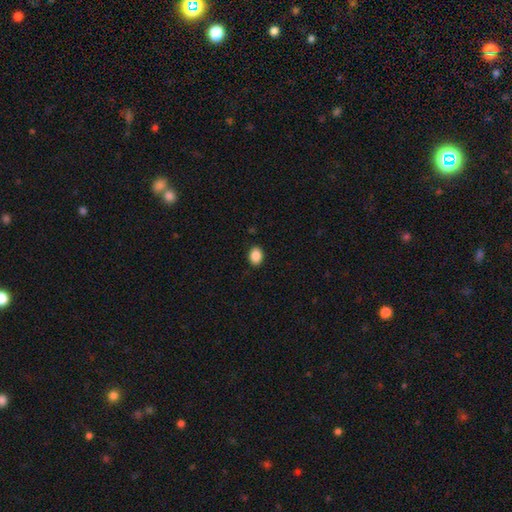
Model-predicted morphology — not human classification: The model was most divided on "how rounded": in between: 71%, round: 28%, cigar-shaped: 1%. More confident: merging — none (89%); smooth or featured — smooth (88%).